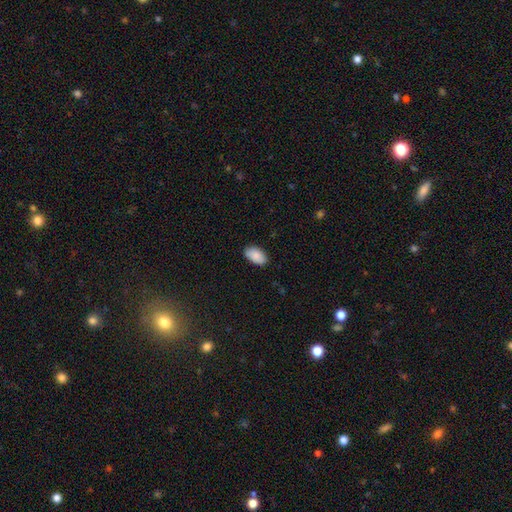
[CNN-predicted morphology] smooth_or_featured: smooth (p=0.89) [alt: star or artifact p=0.06]
how_rounded: in between (p=0.95) [alt: round p=0.03]
merging: none (p=0.85) [alt: minor disturbance p=0.12]